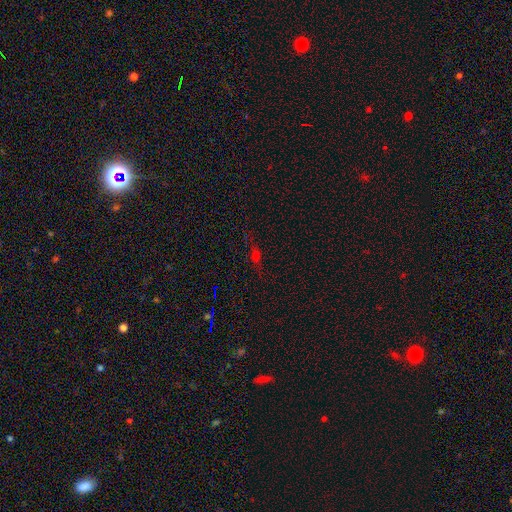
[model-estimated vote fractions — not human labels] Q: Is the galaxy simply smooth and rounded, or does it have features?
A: smooth — 38%.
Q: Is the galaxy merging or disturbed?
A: none — 73%.